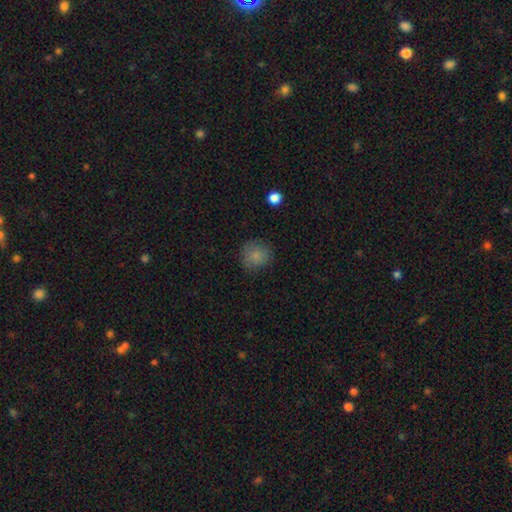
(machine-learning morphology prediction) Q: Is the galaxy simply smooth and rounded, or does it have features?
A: smooth — 83%.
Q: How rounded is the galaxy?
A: round — 88%.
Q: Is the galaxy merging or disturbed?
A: none — 76%.